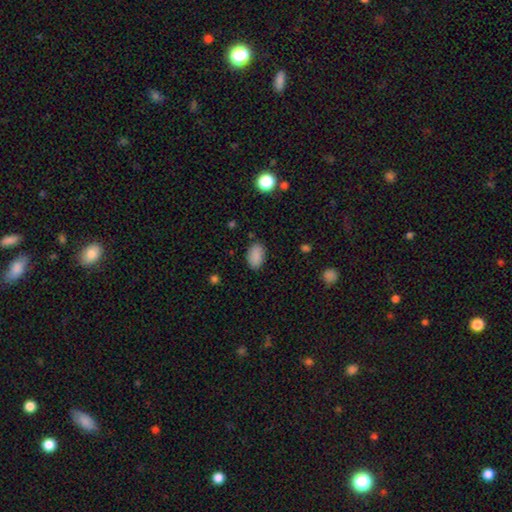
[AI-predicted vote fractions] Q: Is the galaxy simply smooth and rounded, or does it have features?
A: smooth — 88%.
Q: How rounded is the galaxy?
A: in between — 92%.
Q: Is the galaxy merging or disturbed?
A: none — 85%.